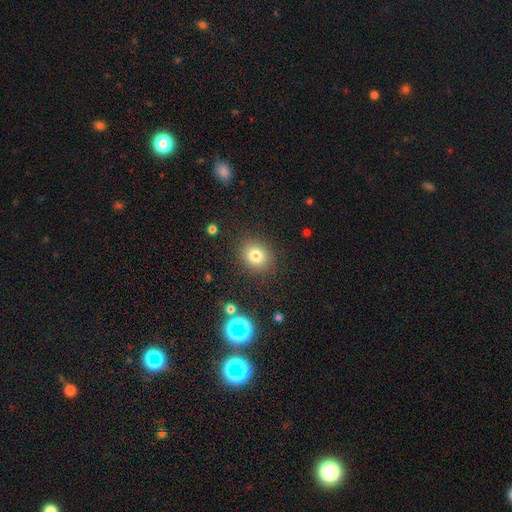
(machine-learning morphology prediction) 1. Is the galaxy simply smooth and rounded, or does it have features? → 78% smooth, 14% star or artifact, 8% featured or disk.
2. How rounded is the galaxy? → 69% round, 30% in between, 1% cigar-shaped.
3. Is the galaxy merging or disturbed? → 87% none, 8% minor disturbance, 3% major disturbance, 2% merger.